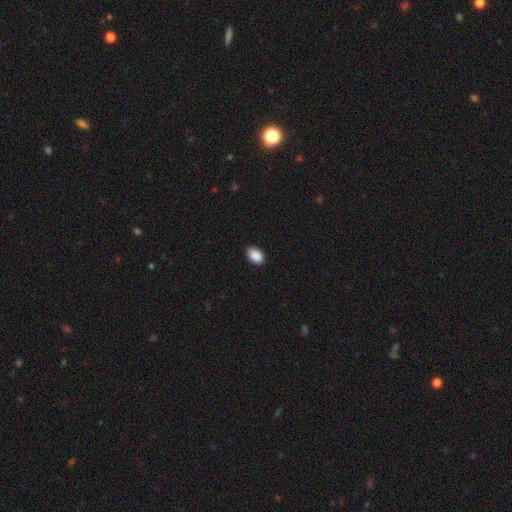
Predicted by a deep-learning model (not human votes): Smooth or featured?
  - smooth: 90% *
  - star or artifact: 7%
  - featured or disk: 3%
How rounded?
  - in between: 88% *
  - round: 11%
  - cigar-shaped: 1%
Merging?
  - none: 88% *
  - minor disturbance: 10%
  - major disturbance: 2%
  - merger: 1%